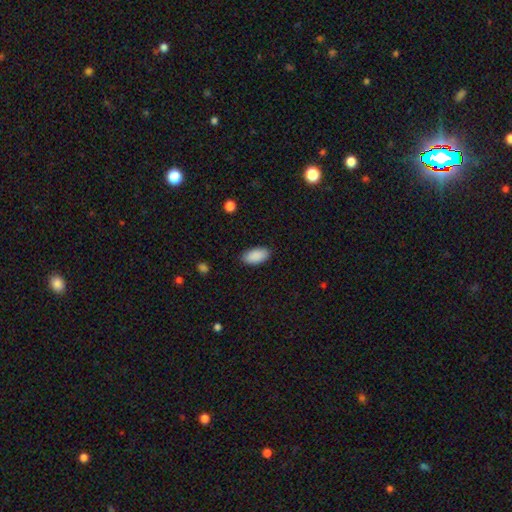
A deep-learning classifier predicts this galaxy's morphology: This appears to be a smooth galaxy with no disk features (90%) that is in between round and cigar-shaped (95%). Merging: none (87%).